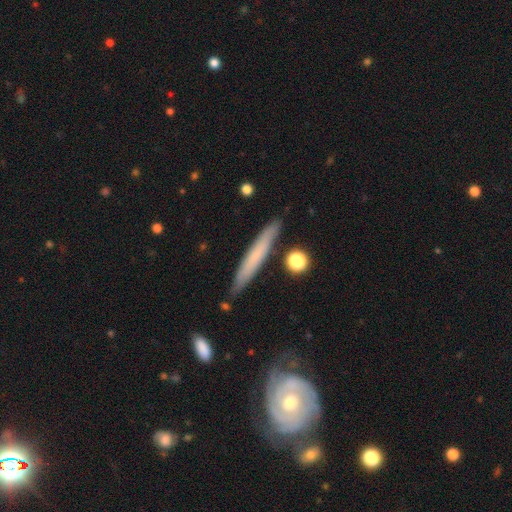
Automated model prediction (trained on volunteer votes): Q: Smooth or featured?
A: smooth (55%); runner-up: featured or disk (39%)
Q: How rounded?
A: cigar-shaped (95%); runner-up: in between (4%)
Q: Merging?
A: none (85%); runner-up: minor disturbance (10%)